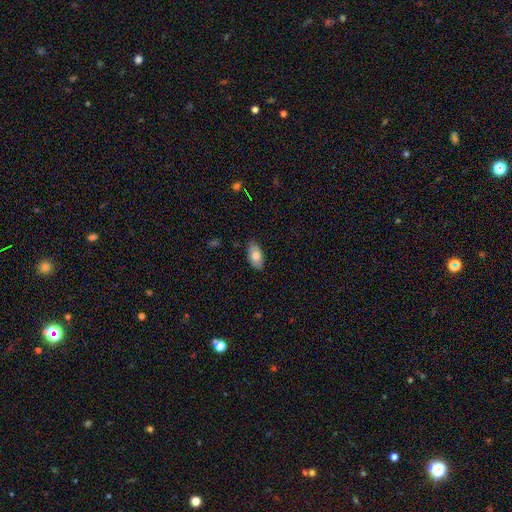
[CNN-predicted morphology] smooth-or-featured: smooth: 77% | featured or disk: 16% | star or artifact: 7%
  how-rounded: in between: 93% | cigar-shaped: 4% | round: 3%
  merging: none: 86% | minor disturbance: 11% | major disturbance: 2% | merger: 1%